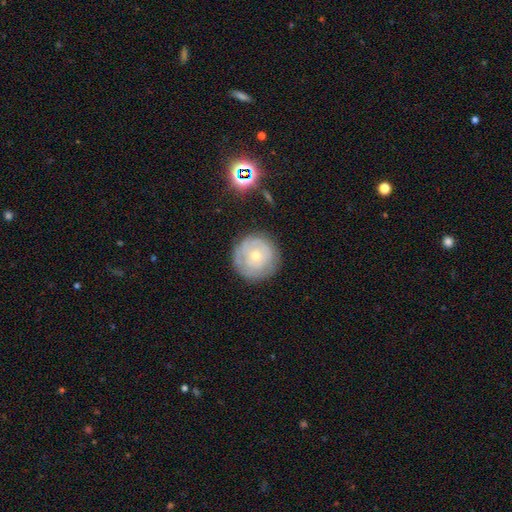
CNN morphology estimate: Smooth or featured?
  - featured or disk: 47% *
  - smooth: 45%
  - star or artifact: 8%
Merging?
  - none: 77% *
  - minor disturbance: 16%
  - major disturbance: 5%
  - merger: 2%